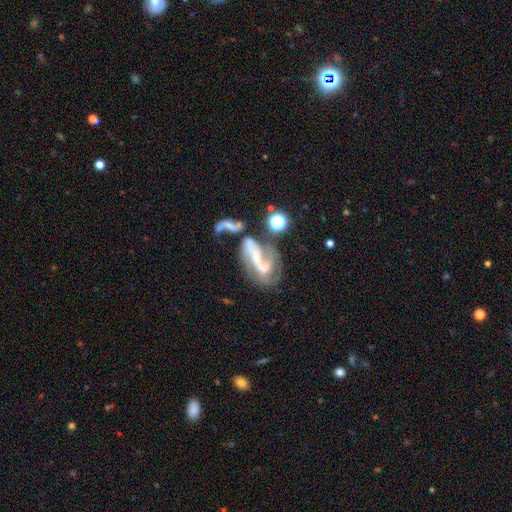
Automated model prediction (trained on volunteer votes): Smooth or featured?
  - featured or disk: 68% *
  - smooth: 18%
  - star or artifact: 13%
Edge-on disk?
  - no: 94% *
  - yes: 6%
Bar?
  - no: 44% *
  - weak: 31%
  - strong: 26%
Spiral arms?
  - yes: 66% *
  - no: 34%
Bulge size?
  - none: 35% *
  - small: 34%
  - moderate: 23%
  - large: 5%
  - dominant: 2%
Merging?
  - merger: 40% *
  - major disturbance: 29%
  - none: 19%
  - minor disturbance: 12%